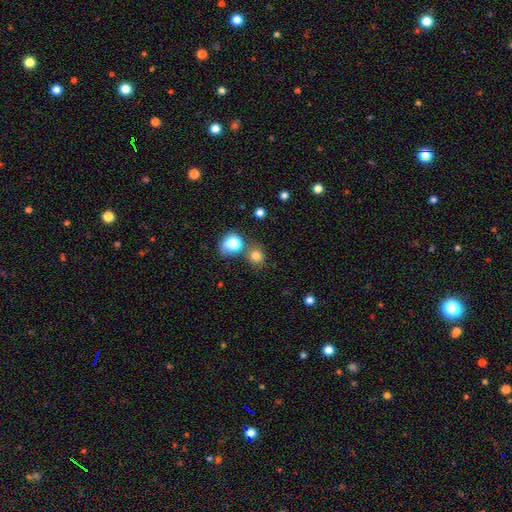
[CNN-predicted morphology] The model was most divided on "merging": none: 62%, merger: 22%, minor disturbance: 11%, major disturbance: 5%. More confident: smooth or featured — smooth (77%); how rounded — round (75%).